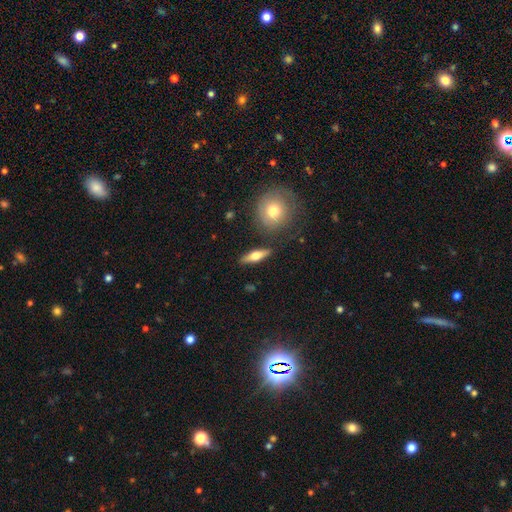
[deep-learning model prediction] smooth_or_featured: featured or disk (p=0.47) [tied with: smooth p=0.47]
merging: none (p=0.85) [alt: minor disturbance p=0.09]